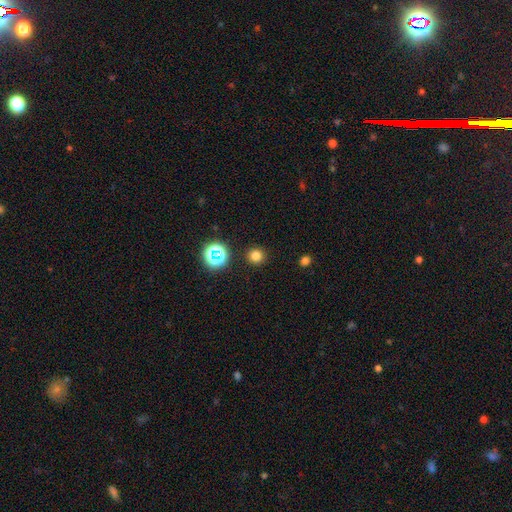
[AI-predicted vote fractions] smooth_or_featured: smooth (p=0.76) [alt: star or artifact p=0.19]
how_rounded: round (p=0.94) [alt: in between p=0.05]
merging: none (p=0.91) [alt: minor disturbance p=0.05]